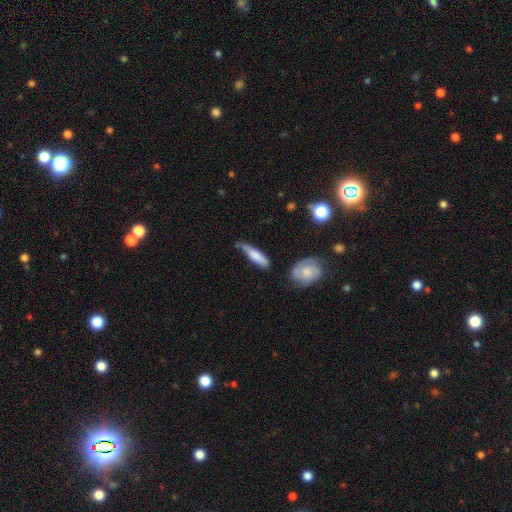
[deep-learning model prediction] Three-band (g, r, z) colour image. It shows a smooth galaxy with no disk features (67%) that is cigar-shaped (75%). Merging: none (59%).